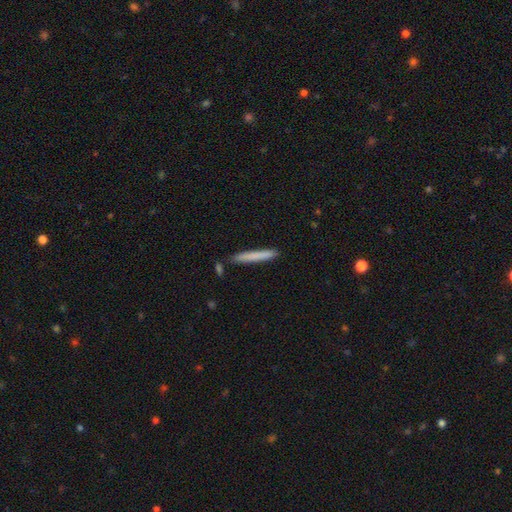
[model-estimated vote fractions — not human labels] This appears to be a smooth galaxy with no disk features (77%) that is cigar-shaped (97%). Merging: none (87%).